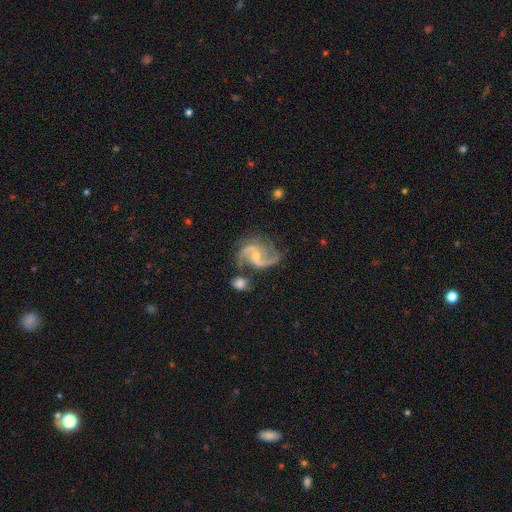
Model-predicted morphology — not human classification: Smooth or featured? Predicted: featured or disk (p=0.91). Edge-on disk? Predicted: no (p=0.98). Bar? Predicted: no (p=0.45). Spiral arms? Predicted: yes (p=0.98). Spiral winding? Predicted: medium (p=0.57). Spiral arm count? Predicted: 2 (p=0.71). Bulge size? Predicted: small (p=0.54). Merging? Predicted: none (p=0.54).